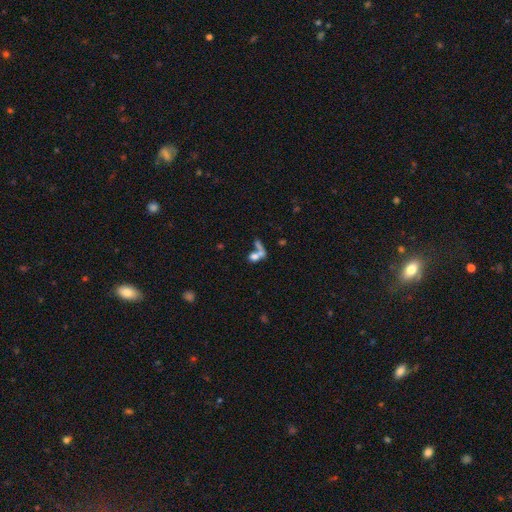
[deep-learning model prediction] smooth 63%, featured or disk 22%, star or artifact 15%. Down the decision tree: how rounded — in between (55%); merging — merger (57%).